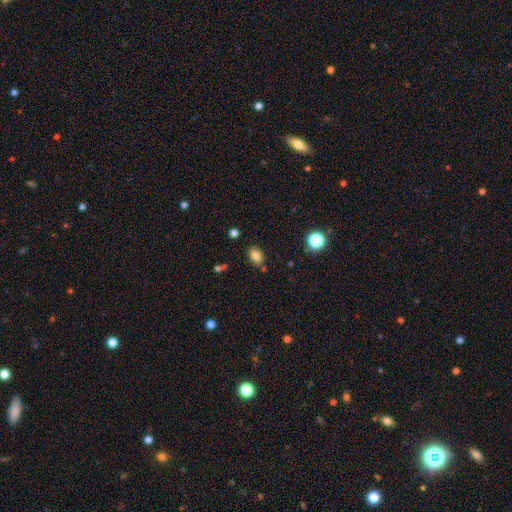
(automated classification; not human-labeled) The model was most divided on "how rounded": in between: 76%, round: 23%, cigar-shaped: 1%. More confident: smooth or featured — smooth (82%); merging — none (77%).